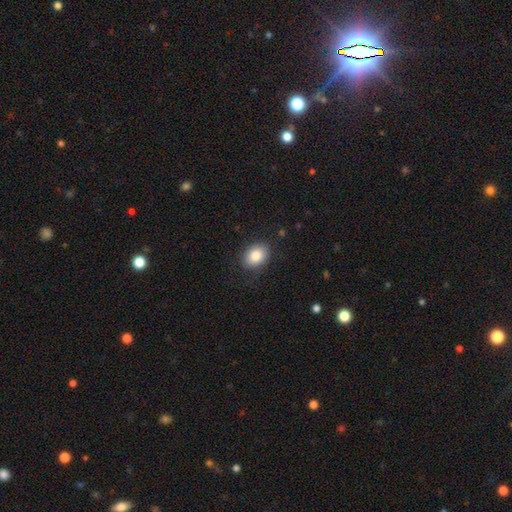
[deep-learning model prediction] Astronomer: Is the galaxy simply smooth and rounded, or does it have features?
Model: smooth — 84%.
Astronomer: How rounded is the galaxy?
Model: in between — 71%.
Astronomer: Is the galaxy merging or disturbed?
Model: none — 84%.